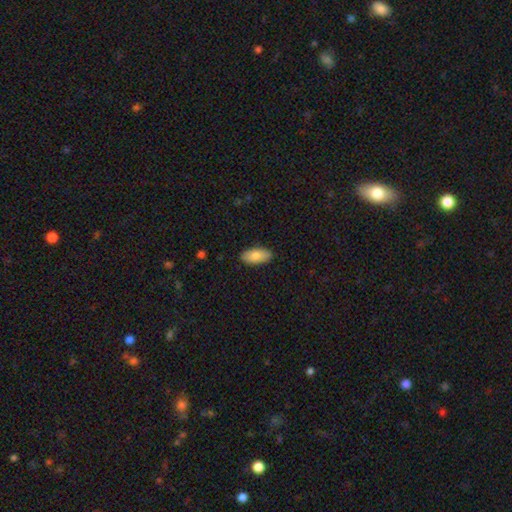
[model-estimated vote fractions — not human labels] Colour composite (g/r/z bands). It shows a smooth galaxy with no disk features (81%) that is in between round and cigar-shaped (91%). Merging: none (88%).